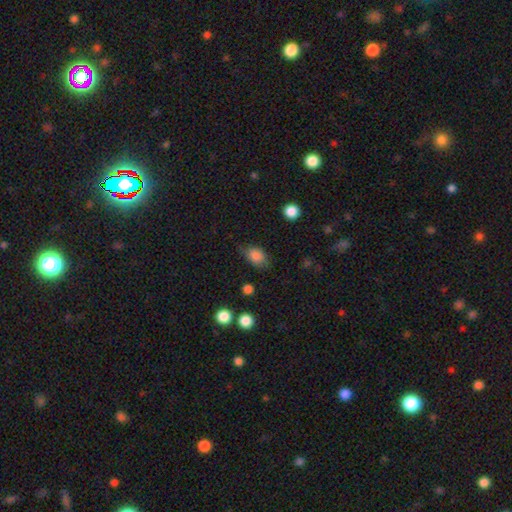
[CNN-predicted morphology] smooth-or-featured: smooth: 86% | star or artifact: 9% | featured or disk: 6%
  how-rounded: in between: 78% | round: 20% | cigar-shaped: 2%
  merging: none: 66% | minor disturbance: 26% | major disturbance: 7% | merger: 2%